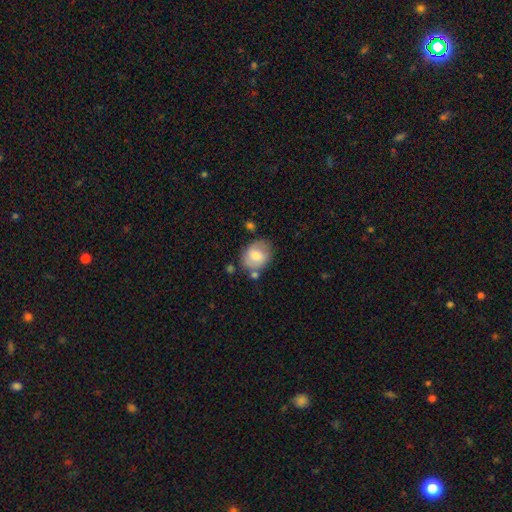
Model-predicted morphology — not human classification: Smooth or featured?
  - smooth: 68% *
  - featured or disk: 24%
  - star or artifact: 8%
How rounded?
  - round: 52% *
  - in between: 47%
  - cigar-shaped: 1%
Merging?
  - none: 65% *
  - minor disturbance: 20%
  - merger: 9%
  - major disturbance: 6%